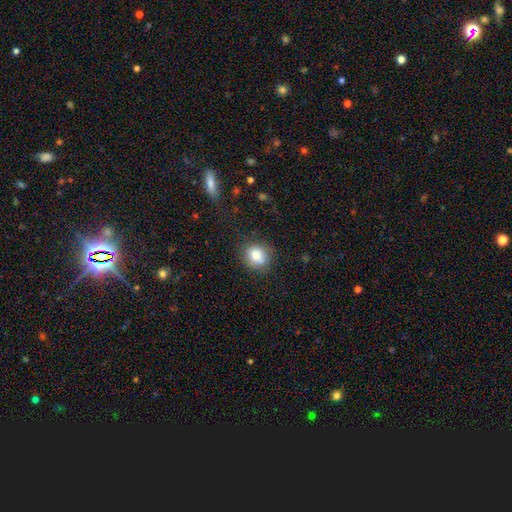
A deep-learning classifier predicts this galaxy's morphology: Smooth or featured? smooth (76%)
How rounded? round (79%)
Merging? none (73%)